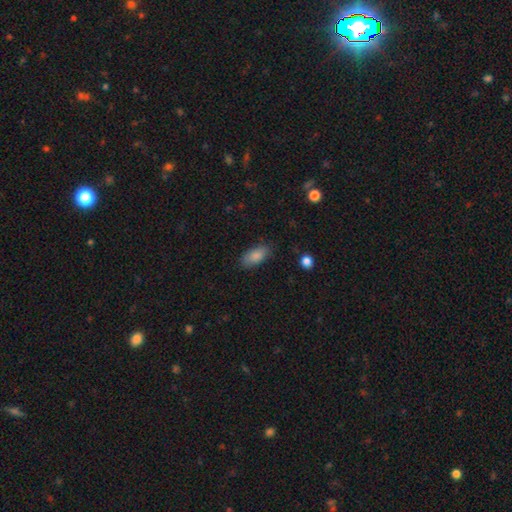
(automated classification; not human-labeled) Smooth or featured: smooth — 86% (featured or disk — 7%)
How rounded: in between — 90% (cigar-shaped — 7%)
Merging: none — 81% (minor disturbance — 15%)